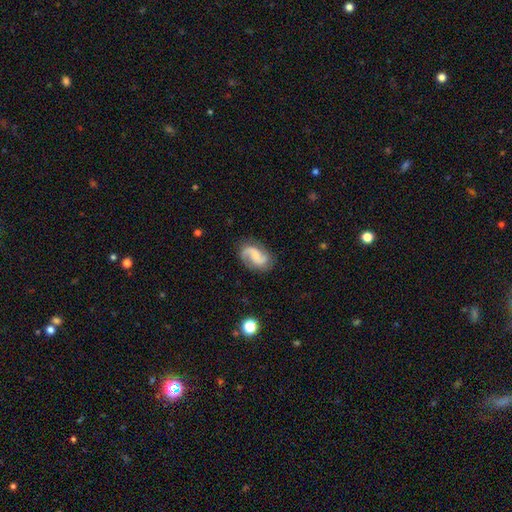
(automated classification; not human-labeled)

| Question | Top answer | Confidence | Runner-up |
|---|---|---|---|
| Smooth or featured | featured or disk | 81% | smooth (13%) |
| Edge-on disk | no | 98% | yes (2%) |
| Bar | no | 51% | weak (39%) |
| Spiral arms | yes | 96% | no (4%) |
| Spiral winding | loose | 46% | medium (40%) |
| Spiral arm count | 2 | 87% | 1 (6%) |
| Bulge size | small | 54% | moderate (30%) |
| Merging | none | 77% | minor disturbance (16%) |